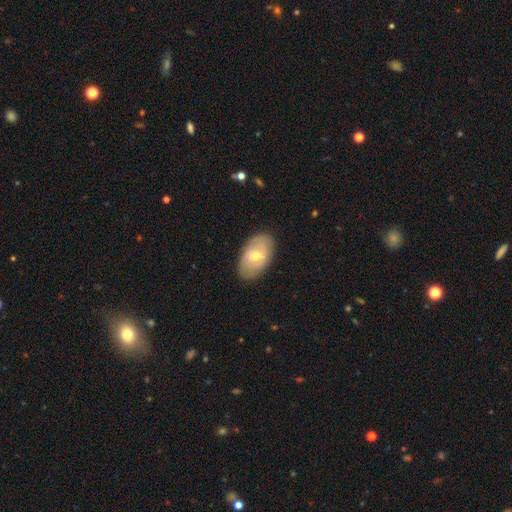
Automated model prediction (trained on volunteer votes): Smooth or featured: smooth — 51% (featured or disk — 42%)
How rounded: in between — 92% (round — 6%)
Merging: none — 83% (minor disturbance — 13%)